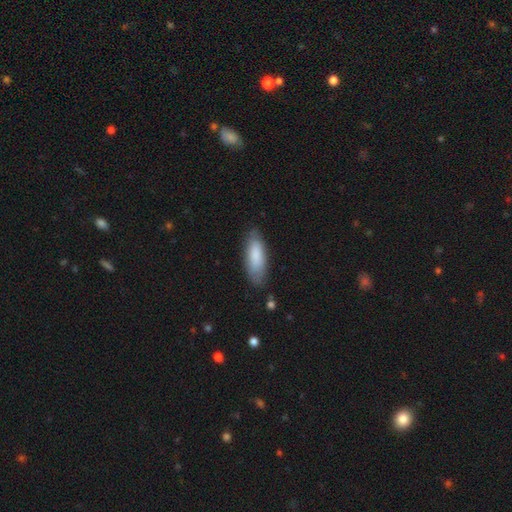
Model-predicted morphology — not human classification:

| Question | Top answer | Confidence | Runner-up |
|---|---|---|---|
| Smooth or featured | smooth | 84% | featured or disk (11%) |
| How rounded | in between | 67% | cigar-shaped (31%) |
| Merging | none | 80% | minor disturbance (15%) |